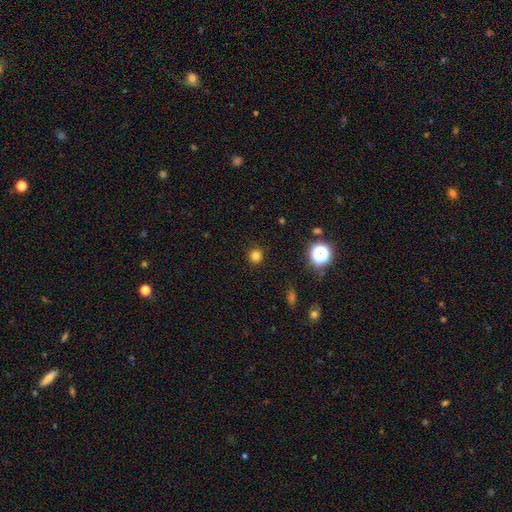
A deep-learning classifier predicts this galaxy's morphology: Overall: smooth (78%). How rounded: round (94%). Merging: none (91%).